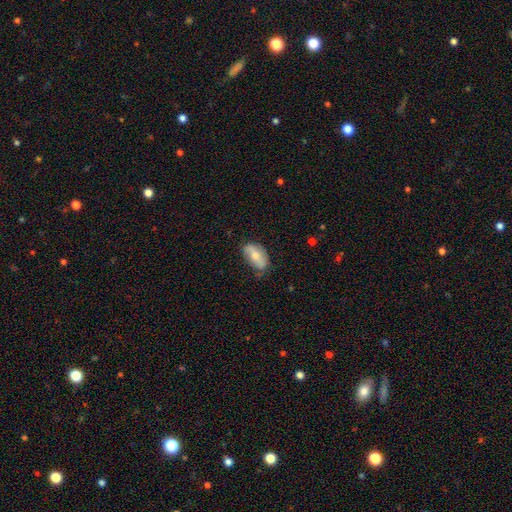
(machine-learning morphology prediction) smooth_or_featured: smooth (p=0.57) [alt: featured or disk p=0.36]
how_rounded: in between (p=0.91) [alt: round p=0.05]
merging: none (p=0.64) [alt: minor disturbance p=0.28]